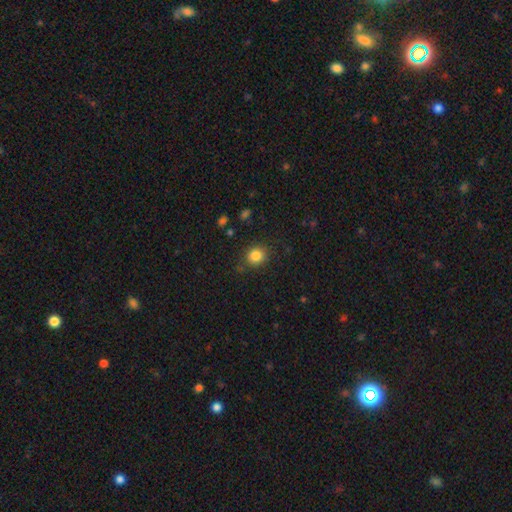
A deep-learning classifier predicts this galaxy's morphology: Smooth or featured? smooth (83%)
How rounded? round (83%)
Merging? none (84%)